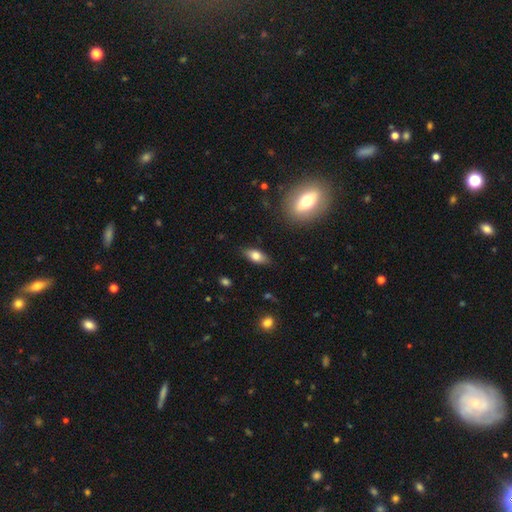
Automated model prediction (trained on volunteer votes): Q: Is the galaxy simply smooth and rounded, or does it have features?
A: smooth — 70%.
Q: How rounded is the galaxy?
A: in between — 80%.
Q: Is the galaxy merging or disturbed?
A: none — 84%.